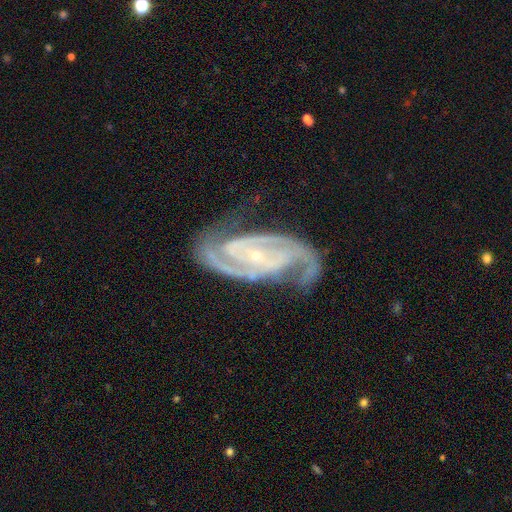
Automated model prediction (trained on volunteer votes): Smooth or featured?
  - featured or disk: 93% *
  - star or artifact: 4%
  - smooth: 3%
Edge-on disk?
  - no: 97% *
  - yes: 3%
Bar?
  - no: 47% *
  - weak: 28%
  - strong: 25%
Spiral arms?
  - yes: 99% *
  - no: 1%
Spiral winding?
  - tight: 47% *
  - medium: 45%
  - loose: 8%
Spiral arm count?
  - 2: 85% *
  - 3: 6%
  - can't tell: 3%
  - 4: 2%
  - 1: 2%
  - more than 4: 2%
Bulge size?
  - small: 83% *
  - moderate: 13%
  - none: 2%
  - large: 1%
  - dominant: 1%
Merging?
  - none: 72% *
  - minor disturbance: 18%
  - major disturbance: 8%
  - merger: 2%